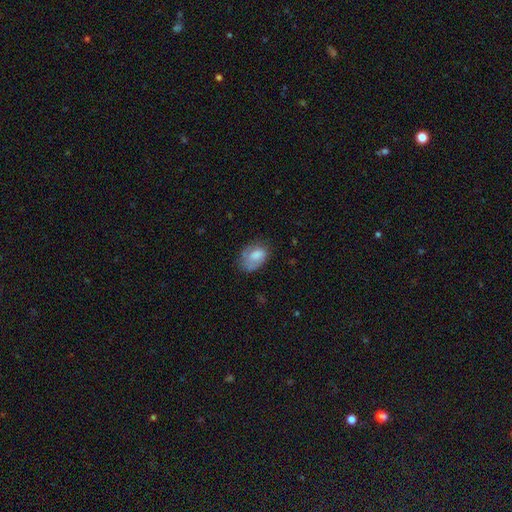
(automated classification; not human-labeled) Morphology: type=smooth (68%); roundness=in between (83%); merging=none (50%).